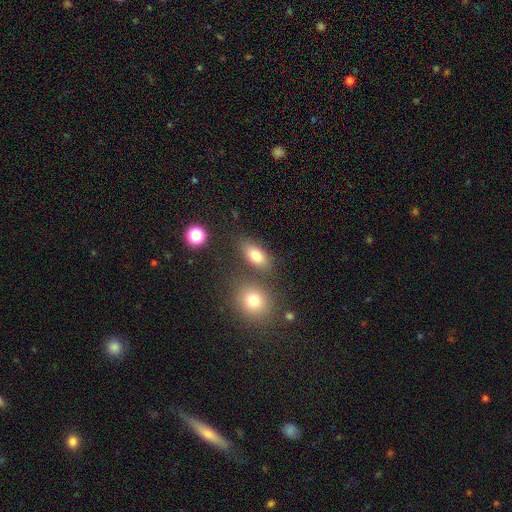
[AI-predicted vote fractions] smooth_or_featured: smooth (p=0.79) [alt: star or artifact p=0.11]
how_rounded: in between (p=0.82) [alt: round p=0.11]
merging: none (p=0.72) [alt: merger p=0.12]